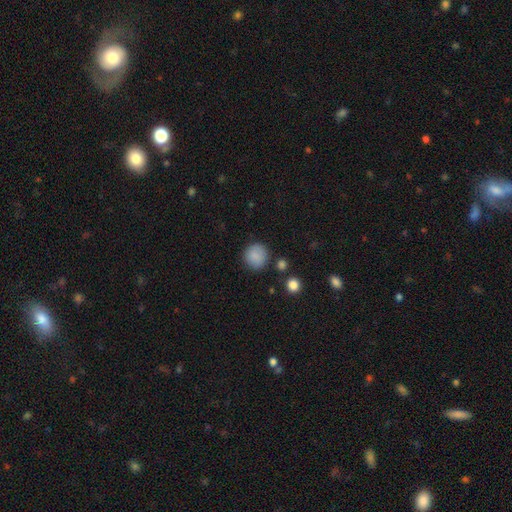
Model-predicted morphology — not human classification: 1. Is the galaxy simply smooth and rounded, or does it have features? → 87% smooth, 9% star or artifact, 5% featured or disk.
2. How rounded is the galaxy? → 91% round, 8% in between, 1% cigar-shaped.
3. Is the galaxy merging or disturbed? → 84% none, 10% minor disturbance, 3% merger, 3% major disturbance.